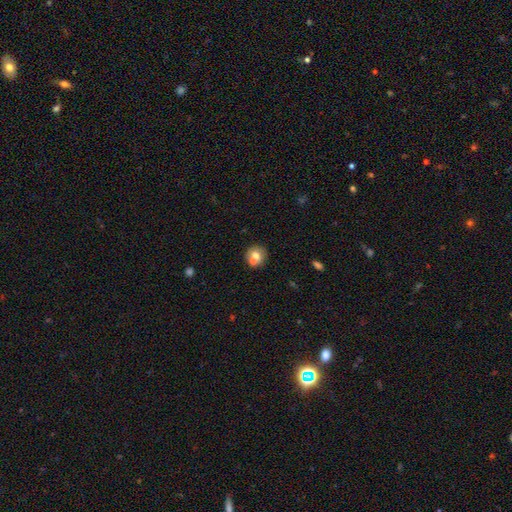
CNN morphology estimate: A smooth galaxy with no disk features (66%) that is round (85%).

Vote fractions:
- Smooth or featured? smooth: 66% / featured or disk: 23% / star or artifact: 11%
- How rounded? round: 85% / in between: 14% / cigar-shaped: 1%
- Merging? none: 57% / merger: 31% / minor disturbance: 9% / major disturbance: 3%